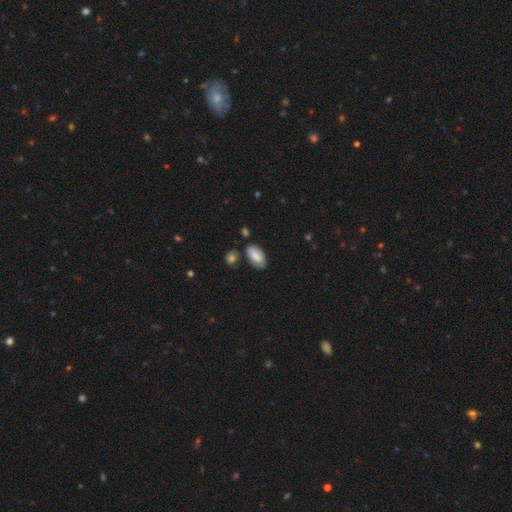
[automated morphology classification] Smooth or featured: smooth — 77% (featured or disk — 16%)
How rounded: in between — 94% (round — 3%)
Merging: none — 70% (minor disturbance — 20%)